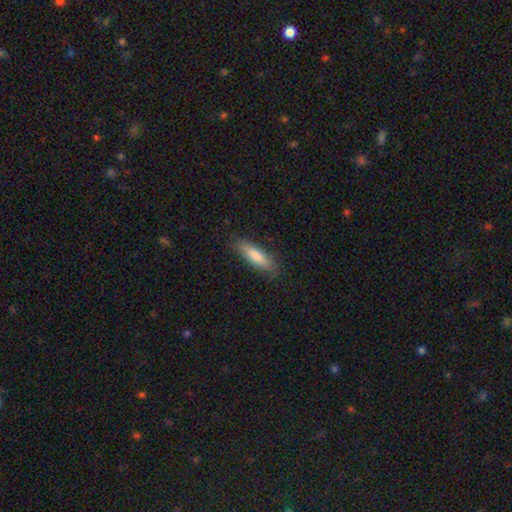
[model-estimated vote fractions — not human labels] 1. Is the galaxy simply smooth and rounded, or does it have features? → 77% smooth, 17% featured or disk, 6% star or artifact.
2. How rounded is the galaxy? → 64% cigar-shaped, 34% in between, 2% round.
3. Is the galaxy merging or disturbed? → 86% none, 11% minor disturbance, 2% major disturbance, 1% merger.